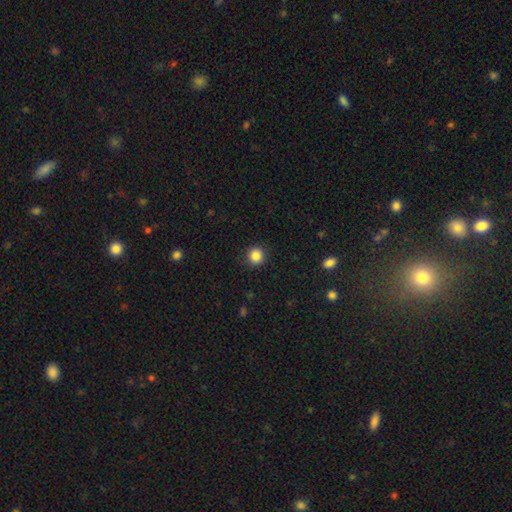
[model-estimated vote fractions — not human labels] This is clearly a smooth galaxy (86%). How rounded: clearly round (93%). Merging: clearly none (92%).